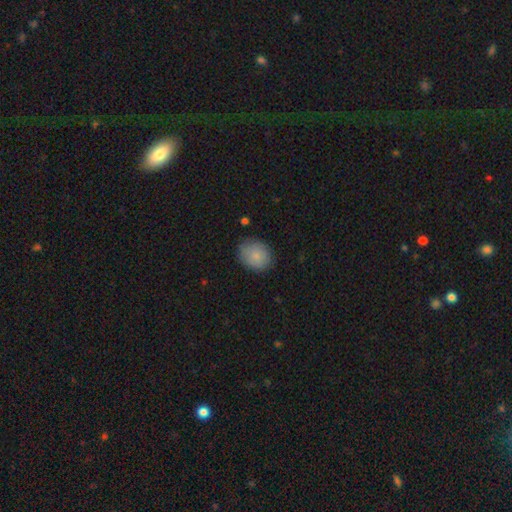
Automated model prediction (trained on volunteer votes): Smooth or featured: smooth — 84% (featured or disk — 8%)
How rounded: round — 53% (in between — 46%)
Merging: none — 80% (minor disturbance — 16%)